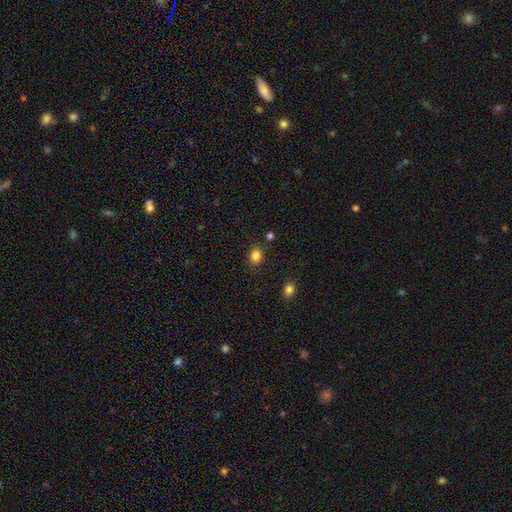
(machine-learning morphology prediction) A smooth galaxy with no disk features (84%) that is in between round and cigar-shaped (59%).

Vote fractions:
- Smooth or featured? smooth: 84% / star or artifact: 11% / featured or disk: 5%
- How rounded? in between: 59% / round: 40% / cigar-shaped: 1%
- Merging? none: 84% / minor disturbance: 11% / major disturbance: 3% / merger: 3%